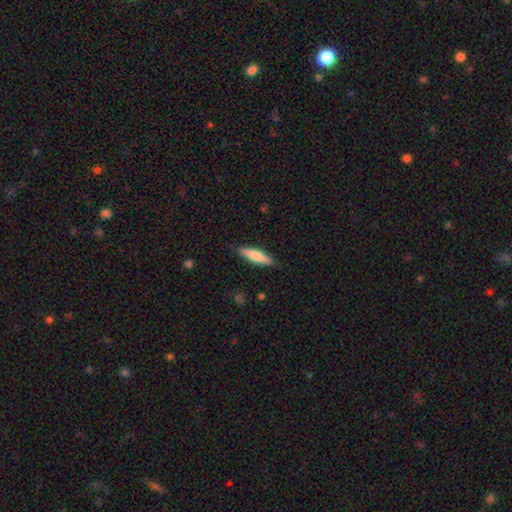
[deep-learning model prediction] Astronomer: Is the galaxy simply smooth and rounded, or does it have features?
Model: smooth — 65%.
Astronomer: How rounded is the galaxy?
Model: cigar-shaped — 71%.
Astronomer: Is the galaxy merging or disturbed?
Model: none — 86%.